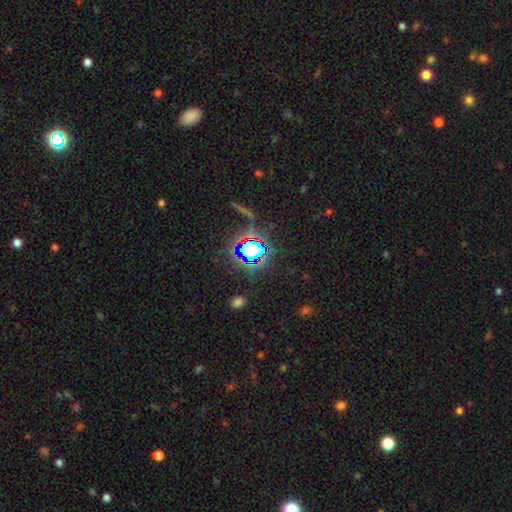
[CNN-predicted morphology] type=star or artifact (71%).